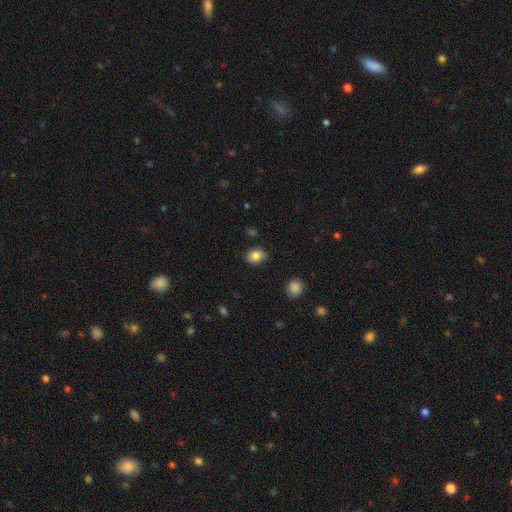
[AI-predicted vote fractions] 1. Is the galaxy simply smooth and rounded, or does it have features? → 83% smooth, 10% star or artifact, 7% featured or disk.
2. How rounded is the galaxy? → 60% in between, 39% round, 1% cigar-shaped.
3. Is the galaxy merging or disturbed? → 80% none, 15% minor disturbance, 3% major disturbance, 2% merger.